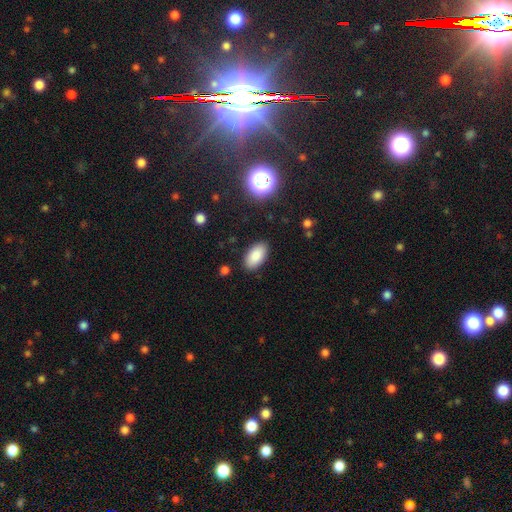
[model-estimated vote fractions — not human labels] A smooth galaxy with no disk features (86%) that is in between round and cigar-shaped (94%). Merging: none (87%).